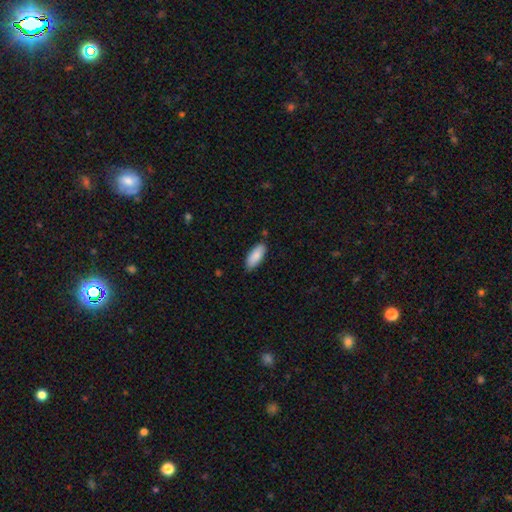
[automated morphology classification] Overall: smooth (88%). How rounded: in between (83%). Merging: none (84%).